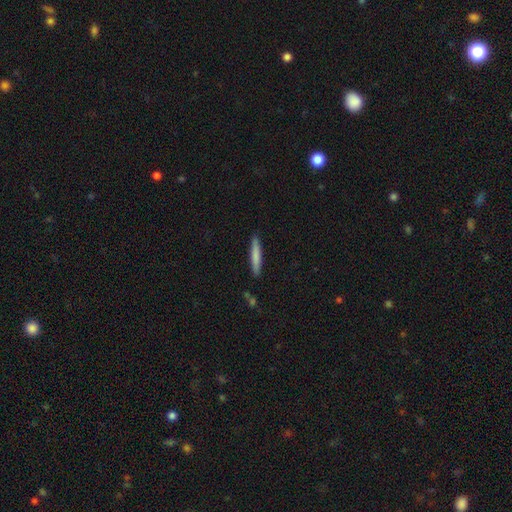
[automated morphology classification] smooth 75%, featured or disk 19%, star or artifact 5%. Down the decision tree: how rounded — cigar-shaped (94%); merging — none (89%).